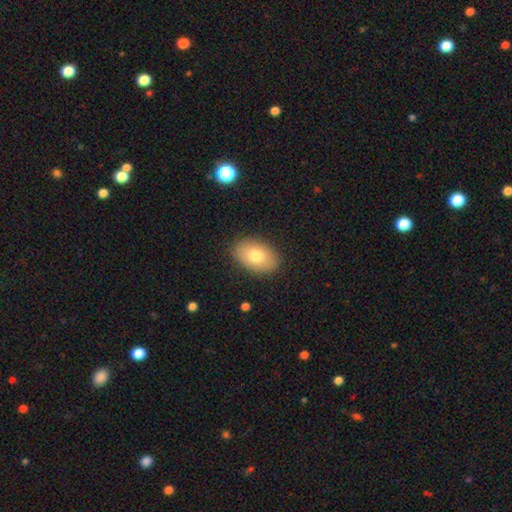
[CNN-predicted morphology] The model was most divided on "smooth or featured": smooth: 77%, featured or disk: 15%, star or artifact: 8%. More confident: how rounded — in between (88%); merging — none (88%).